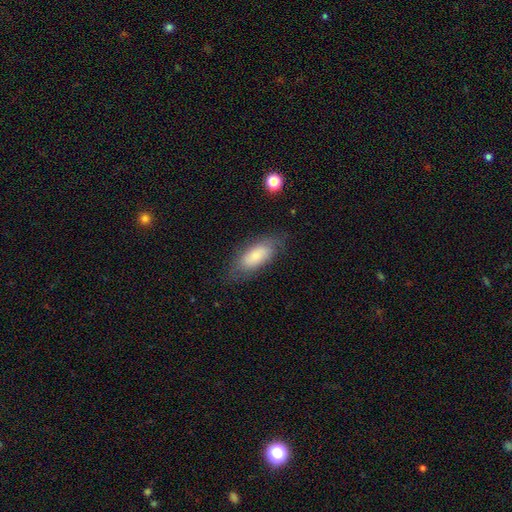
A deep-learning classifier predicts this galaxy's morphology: Smooth or featured?
  - smooth: 79% *
  - featured or disk: 14%
  - star or artifact: 7%
How rounded?
  - in between: 82% *
  - cigar-shaped: 16%
  - round: 2%
Merging?
  - none: 73% *
  - minor disturbance: 19%
  - major disturbance: 7%
  - merger: 1%